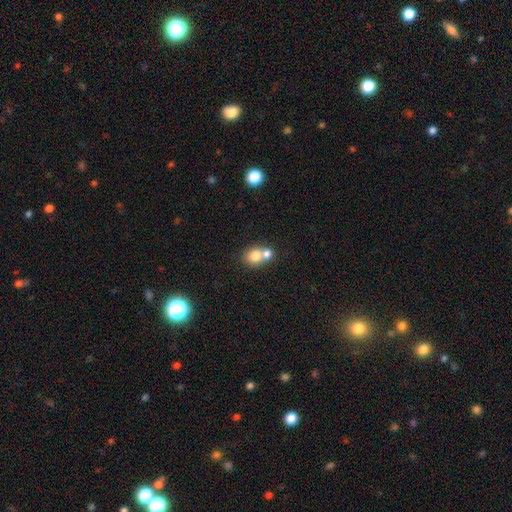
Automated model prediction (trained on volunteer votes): smooth-or-featured: smooth: 77% | featured or disk: 13% | star or artifact: 10%
  how-rounded: round: 65% | in between: 34% | cigar-shaped: 1%
  merging: merger: 61% | none: 31% | minor disturbance: 6% | major disturbance: 3%